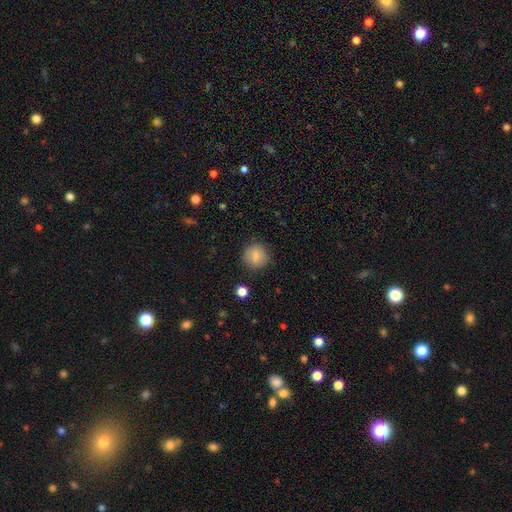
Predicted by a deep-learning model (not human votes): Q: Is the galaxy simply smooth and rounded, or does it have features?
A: smooth — 81%.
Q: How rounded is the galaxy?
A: round — 89%.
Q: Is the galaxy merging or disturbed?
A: none — 85%.